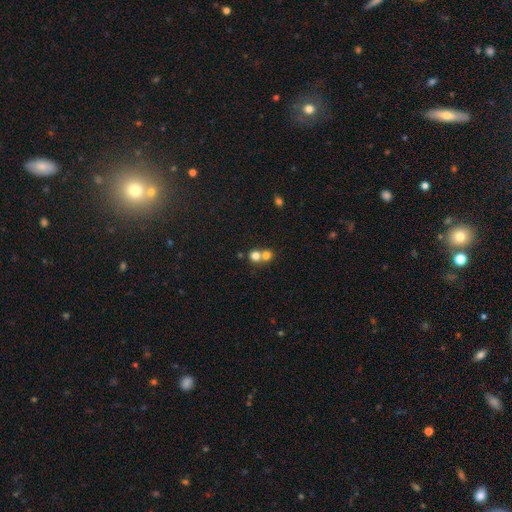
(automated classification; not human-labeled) smooth 76%, star or artifact 13%, featured or disk 11%. Down the decision tree: how rounded — round (86%); merging — merger (55%).